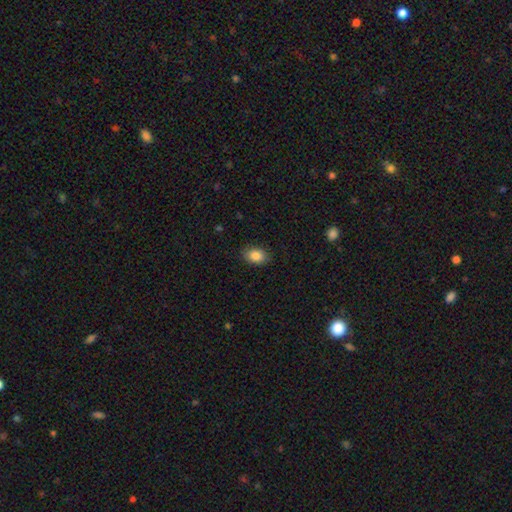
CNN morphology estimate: type=smooth (87%); roundness=in between (83%); merging=none (86%).